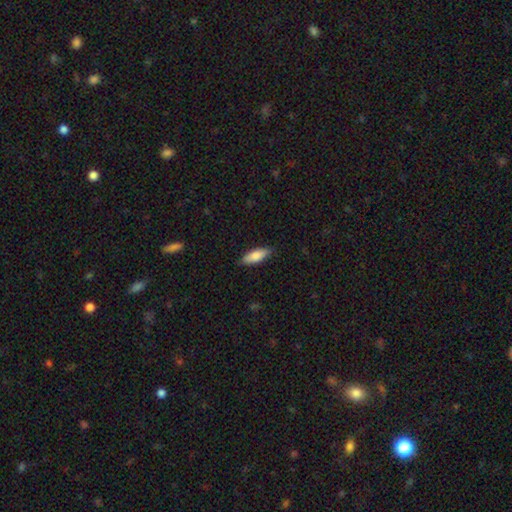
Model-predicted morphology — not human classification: smooth_or_featured: smooth (p=0.82) [alt: featured or disk p=0.13]
how_rounded: in between (p=0.66) [alt: cigar-shaped p=0.32]
merging: none (p=0.86) [alt: minor disturbance p=0.11]